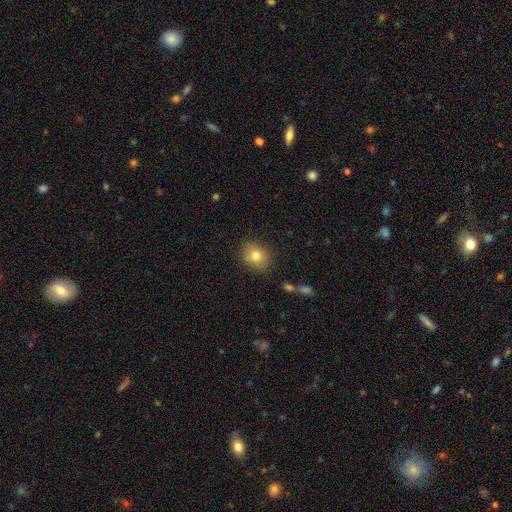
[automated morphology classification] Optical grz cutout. It shows a smooth galaxy with no disk features (79%) that is round (67%). Merging: none (85%).